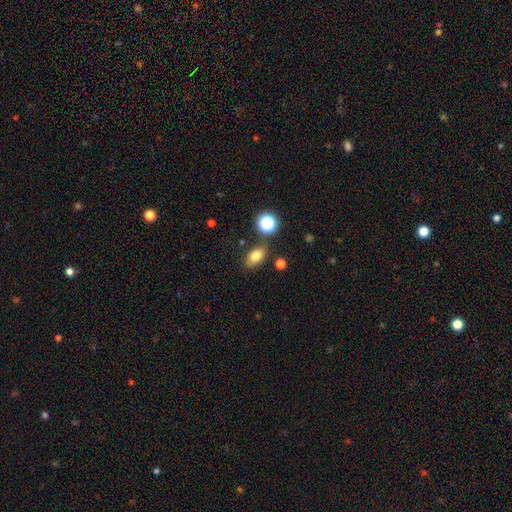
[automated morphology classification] Overall: smooth (79%). How rounded: in between (83%). Merging: none (78%).